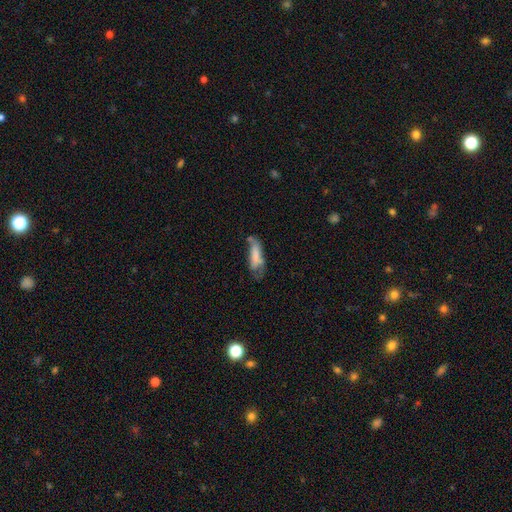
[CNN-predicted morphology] This is likely a smooth galaxy (65%). How rounded: possibly in between (53%). Merging: marginally none (30%).